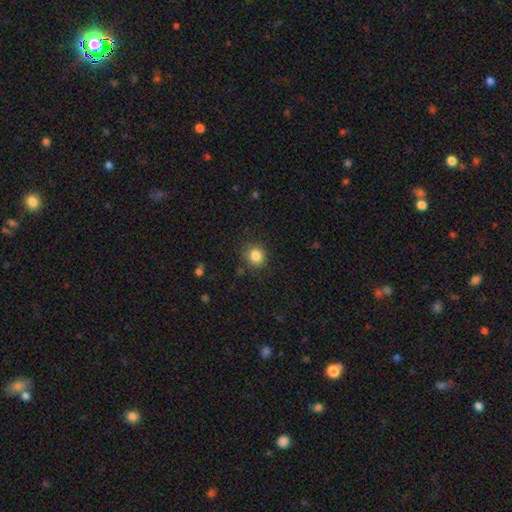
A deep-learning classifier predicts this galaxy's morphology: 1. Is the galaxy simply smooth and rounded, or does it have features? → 84% smooth, 11% star or artifact, 5% featured or disk.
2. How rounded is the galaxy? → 87% round, 12% in between, 1% cigar-shaped.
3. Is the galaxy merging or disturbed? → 85% none, 10% minor disturbance, 3% major disturbance, 2% merger.